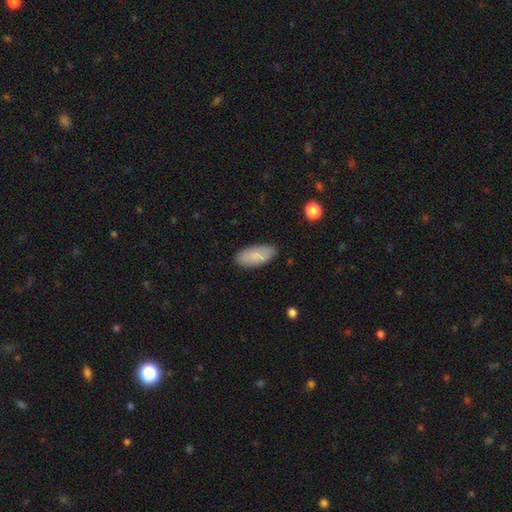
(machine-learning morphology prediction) smooth 82%, featured or disk 12%, star or artifact 6%. Down the decision tree: how rounded — in between (87%); merging — none (85%).